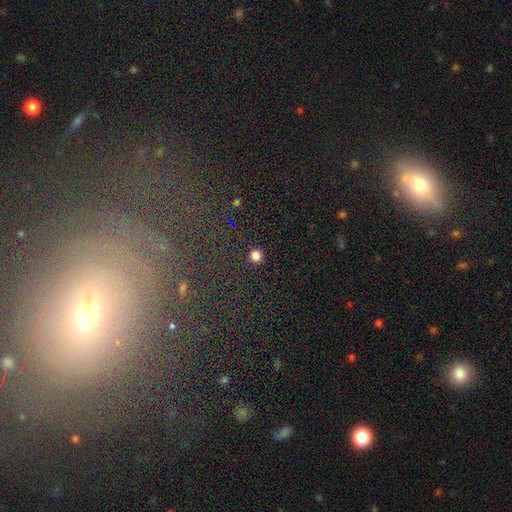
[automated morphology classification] This appears to be a smooth galaxy with no disk features (81%) that is round (94%). Merging: none (92%).